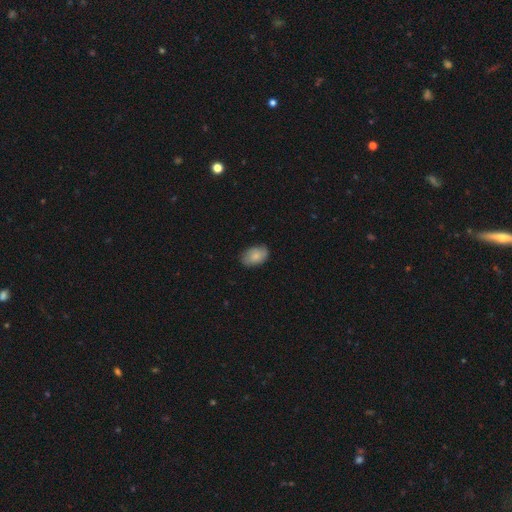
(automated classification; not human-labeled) Q: Smooth or featured?
A: smooth (82%); runner-up: featured or disk (11%)
Q: How rounded?
A: in between (90%); runner-up: round (9%)
Q: Merging?
A: none (81%); runner-up: minor disturbance (16%)